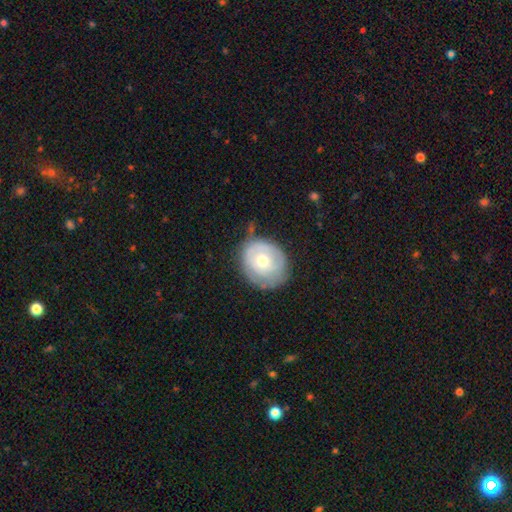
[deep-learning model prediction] This is possibly a smooth galaxy (48%). Merging: possibly none (60%).